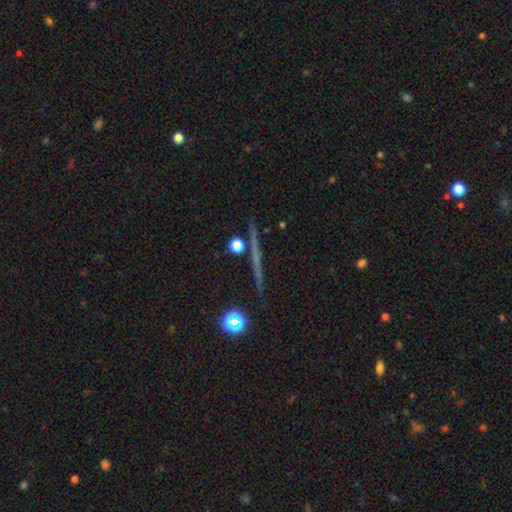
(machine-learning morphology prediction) A featured or disk galaxy (59%) viewed edge-on (96%) with no central bulge (67%).

Vote fractions:
- Smooth or featured? featured or disk: 59% / smooth: 21% / star or artifact: 20%
- Edge-on disk? yes: 96% / no: 4%
- Edge-on bulge? none: 67% / rounded: 25% / boxy: 8%
- Merging? none: 90% / minor disturbance: 5% / merger: 2% / major disturbance: 2%